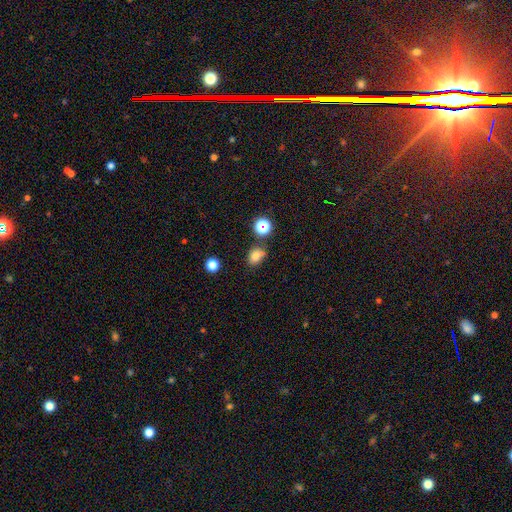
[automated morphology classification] Smooth or featured? smooth (76%)
How rounded? in between (60%)
Merging? none (60%)